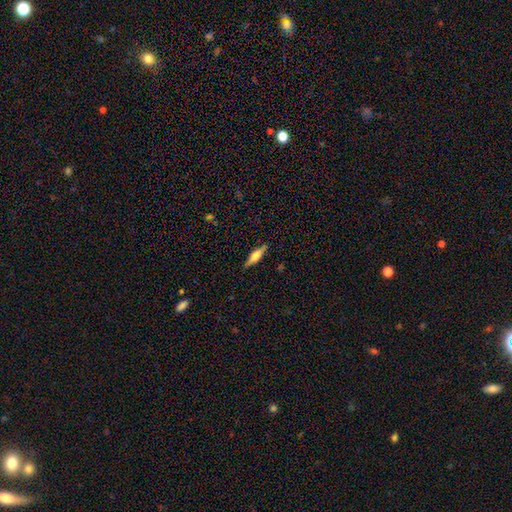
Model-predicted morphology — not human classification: A featured or disk galaxy (51%) viewed edge-on (95%). Merging: none (89%).